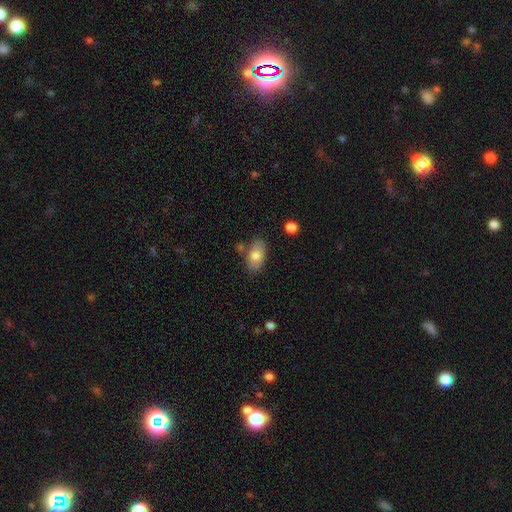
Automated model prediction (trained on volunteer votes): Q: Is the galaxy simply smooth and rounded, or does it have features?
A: smooth — 77%.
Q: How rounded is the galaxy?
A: in between — 91%.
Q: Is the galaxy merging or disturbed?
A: none — 76%.